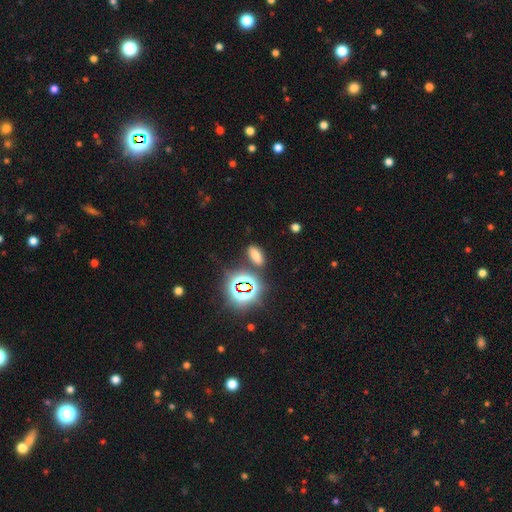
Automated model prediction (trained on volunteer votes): Smooth or featured: smooth — 66% (star or artifact — 29%)
How rounded: in between — 83% (round — 9%)
Merging: none — 82% (minor disturbance — 10%)